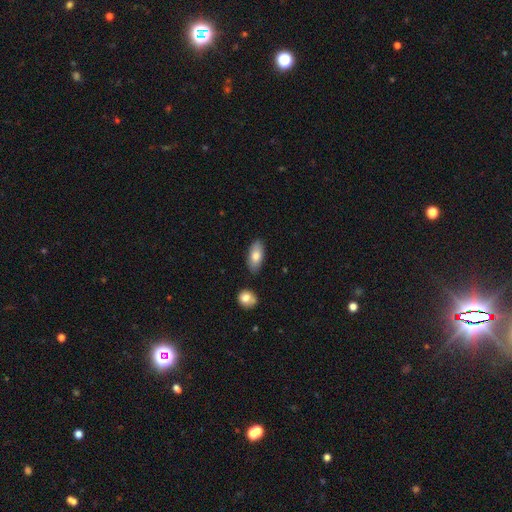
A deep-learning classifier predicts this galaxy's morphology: This is likely a smooth galaxy (78%). How rounded: clearly in between (90%). Merging: clearly none (83%).